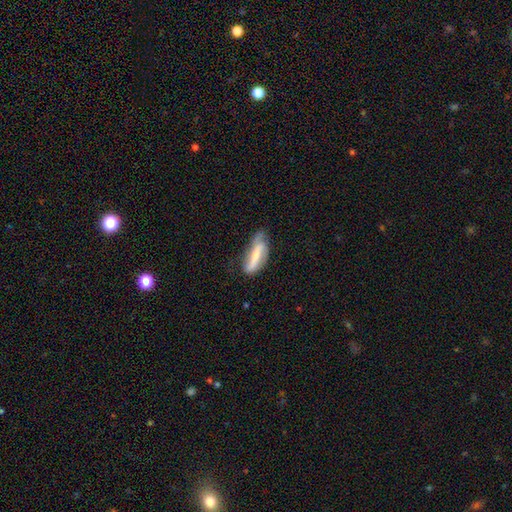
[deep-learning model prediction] Smooth or featured? Predicted: featured or disk (p=0.49). Merging? Predicted: none (p=0.49).